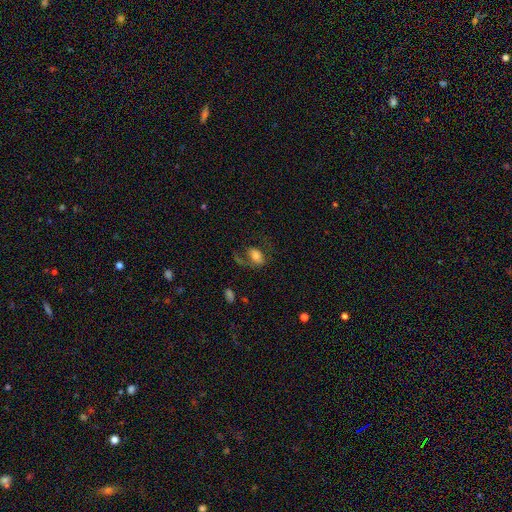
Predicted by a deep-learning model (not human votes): A smooth galaxy with no disk features (58%) that is in between round and cigar-shaped (85%). Merging: none (49%).